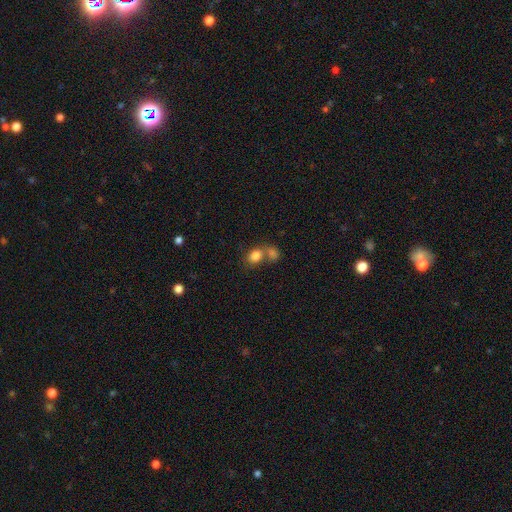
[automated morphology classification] smooth_or_featured: smooth (p=0.81) [alt: star or artifact p=0.10]
how_rounded: in between (p=0.50) [alt: round p=0.48]
merging: merger (p=0.53) [alt: none p=0.34]